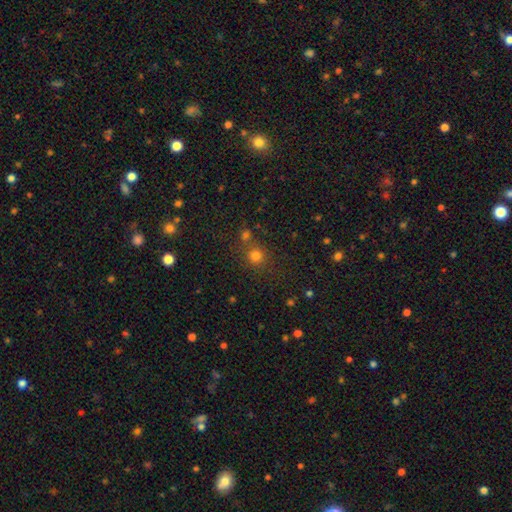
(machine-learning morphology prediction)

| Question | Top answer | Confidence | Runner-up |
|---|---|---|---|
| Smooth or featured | smooth | 76% | star or artifact (18%) |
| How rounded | round | 90% | in between (9%) |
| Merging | none | 67% | merger (21%) |